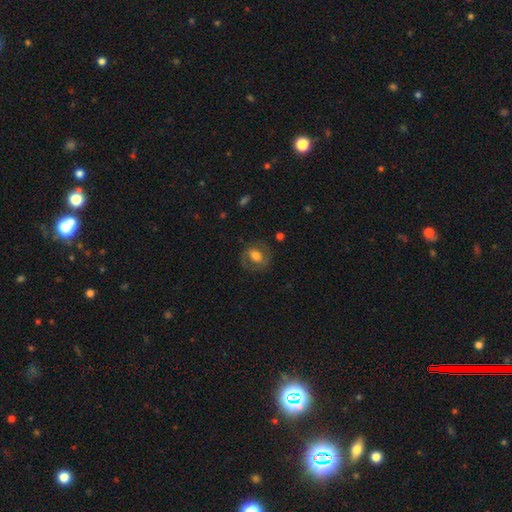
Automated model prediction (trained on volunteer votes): Overall: smooth (48%; featured or disk 44%). Merging: none (73%).